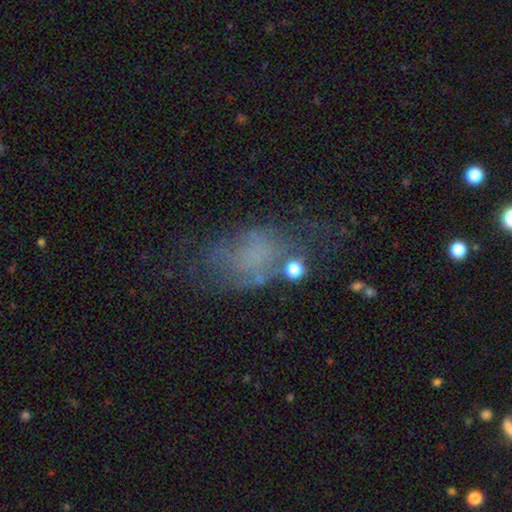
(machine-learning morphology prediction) Smooth or featured?
  - smooth: 43% *
  - featured or disk: 40%
  - star or artifact: 18%
Merging?
  - none: 41% *
  - major disturbance: 30%
  - minor disturbance: 24%
  - merger: 5%